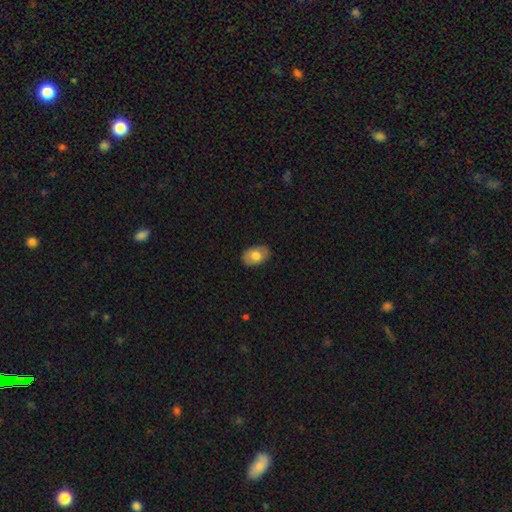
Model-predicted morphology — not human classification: smooth_or_featured: smooth (p=0.75) [alt: featured or disk p=0.18]
how_rounded: in between (p=0.87) [alt: round p=0.12]
merging: none (p=0.85) [alt: minor disturbance p=0.12]